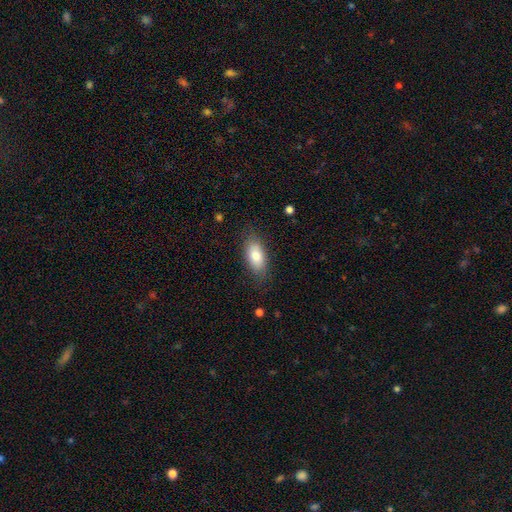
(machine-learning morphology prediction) Smooth or featured? Predicted: smooth (p=0.82). How rounded? Predicted: in between (p=0.87). Merging? Predicted: none (p=0.80).